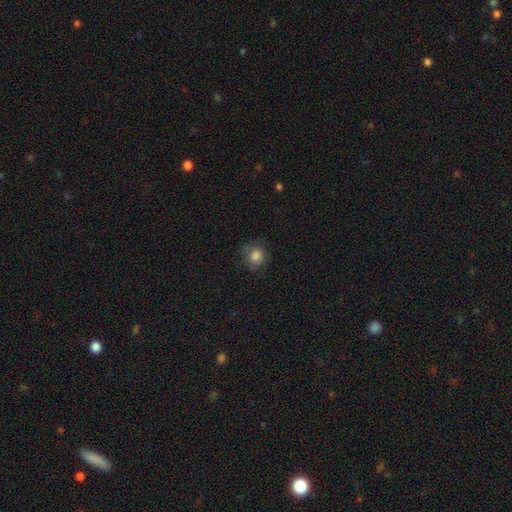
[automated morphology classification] A smooth galaxy with no disk features (83%) that is round (83%). Merging: none (74%).